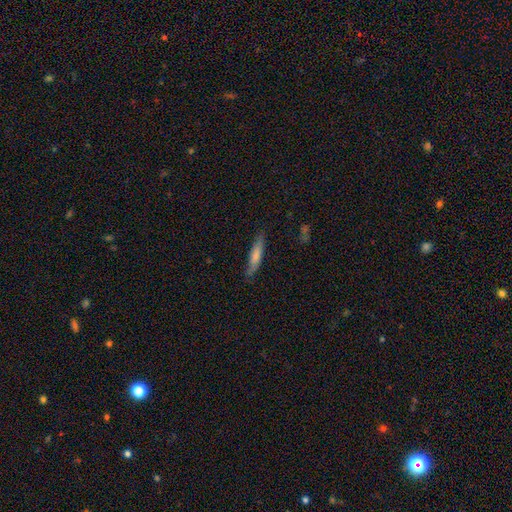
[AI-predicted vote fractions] Smooth or featured: smooth — 71% (featured or disk — 23%)
How rounded: cigar-shaped — 87% (in between — 12%)
Merging: none — 81% (minor disturbance — 15%)